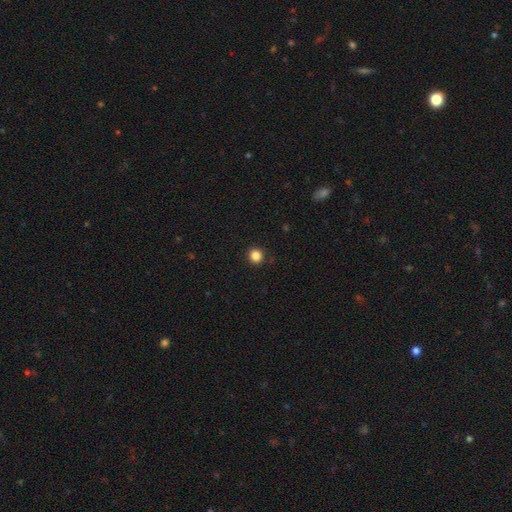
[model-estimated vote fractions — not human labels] Smooth or featured: smooth — 85% (star or artifact — 11%)
How rounded: round — 90% (in between — 9%)
Merging: none — 92% (minor disturbance — 5%)